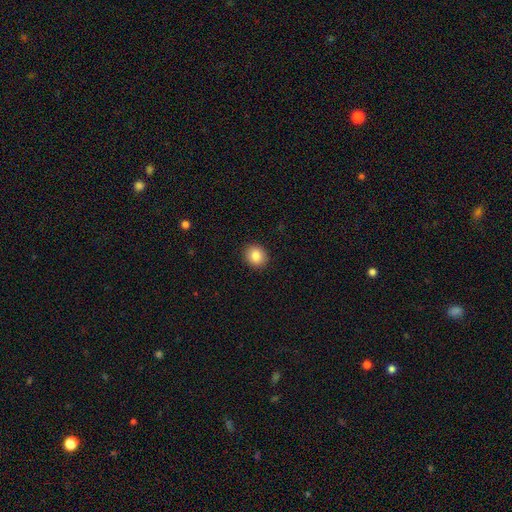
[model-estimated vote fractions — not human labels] This is clearly a smooth galaxy (84%). How rounded: likely round (77%). Merging: clearly none (92%).